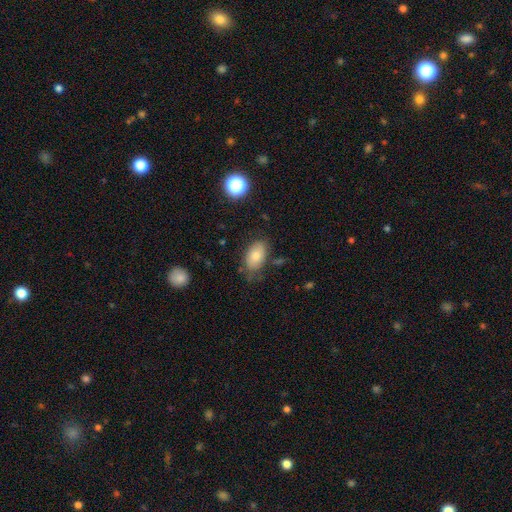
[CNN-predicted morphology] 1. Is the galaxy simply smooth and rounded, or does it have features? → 75% smooth, 16% featured or disk, 9% star or artifact.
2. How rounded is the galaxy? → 91% in between, 7% round, 2% cigar-shaped.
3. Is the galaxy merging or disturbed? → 67% none, 23% minor disturbance, 6% major disturbance, 4% merger.